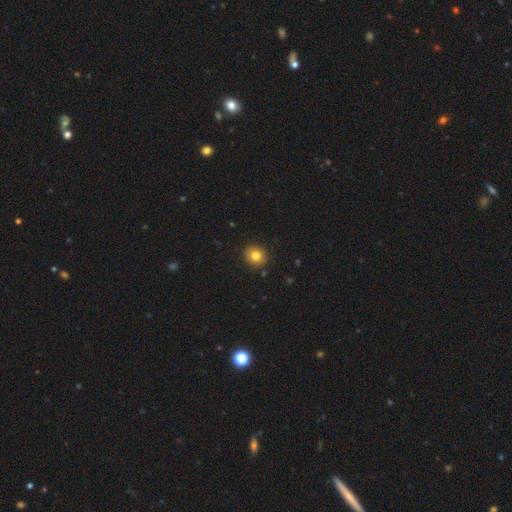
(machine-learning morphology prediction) Smooth or featured?
  - smooth: 81% *
  - star or artifact: 11%
  - featured or disk: 8%
How rounded?
  - round: 77% *
  - in between: 22%
  - cigar-shaped: 1%
Merging?
  - none: 90% *
  - minor disturbance: 7%
  - major disturbance: 2%
  - merger: 1%